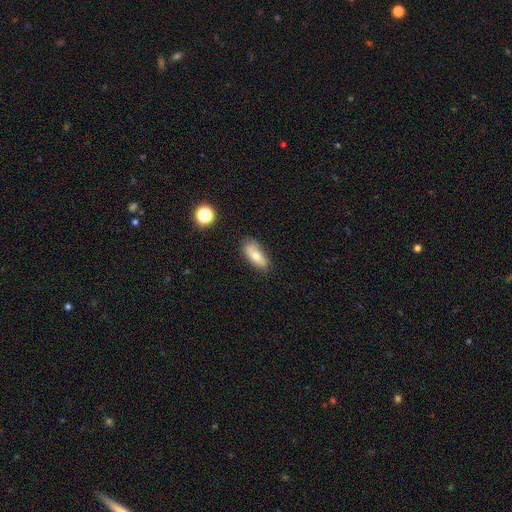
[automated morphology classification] Smooth or featured? smooth (70%)
How rounded? in between (76%)
Merging? none (80%)